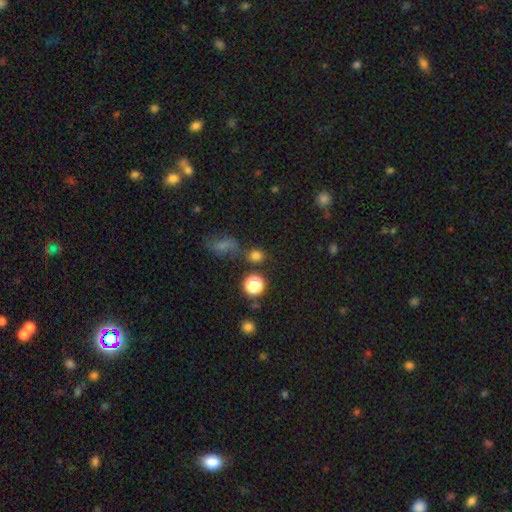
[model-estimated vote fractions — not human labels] This is likely a smooth galaxy (74%). How rounded: clearly round (80%). Merging: likely none (74%).